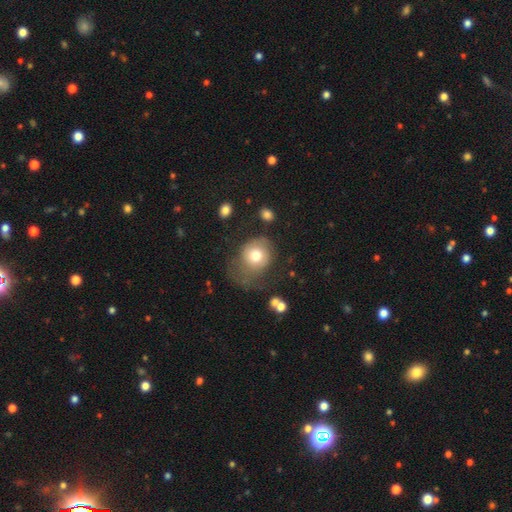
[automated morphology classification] This is likely a smooth galaxy (72%). How rounded: likely round (67%). Merging: marginally none (36%).